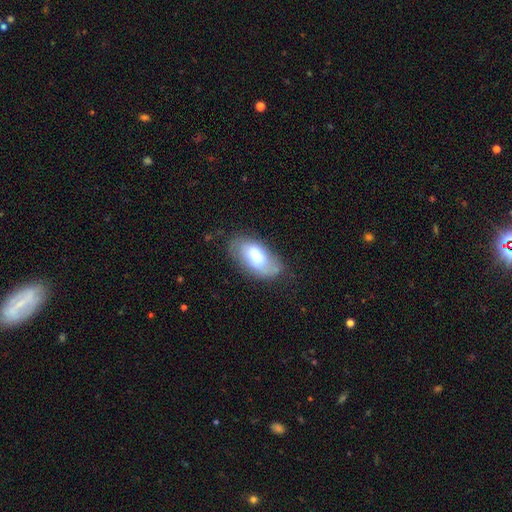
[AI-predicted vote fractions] Smooth or featured?
  - smooth: 62% *
  - featured or disk: 31%
  - star or artifact: 7%
How rounded?
  - in between: 93% *
  - cigar-shaped: 4%
  - round: 3%
Merging?
  - none: 66% *
  - minor disturbance: 25%
  - major disturbance: 8%
  - merger: 2%